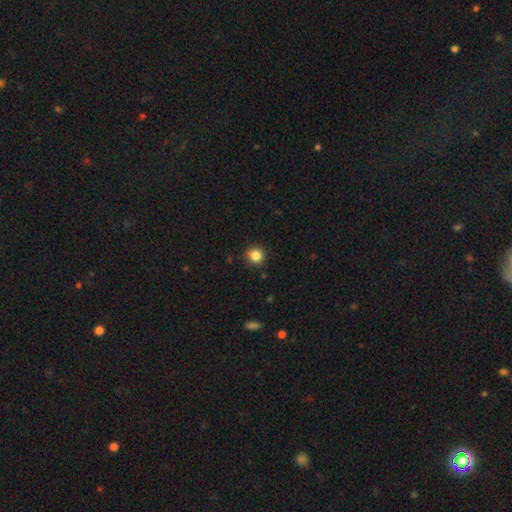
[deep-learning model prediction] Smooth or featured? Predicted: smooth (p=0.85). How rounded? Predicted: round (p=0.93). Merging? Predicted: none (p=0.90).